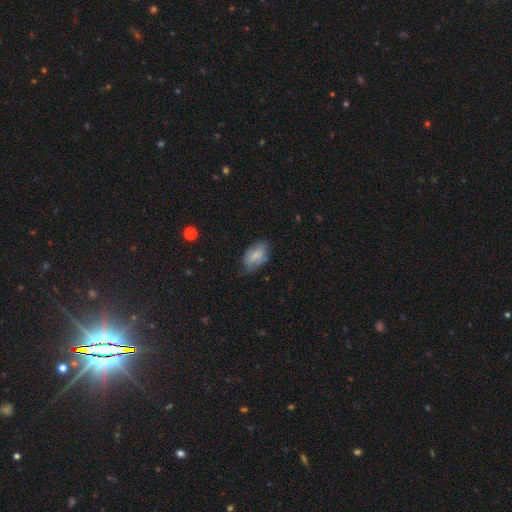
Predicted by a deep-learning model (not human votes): Smooth or featured? smooth (69%)
How rounded? in between (91%)
Merging? none (51%)